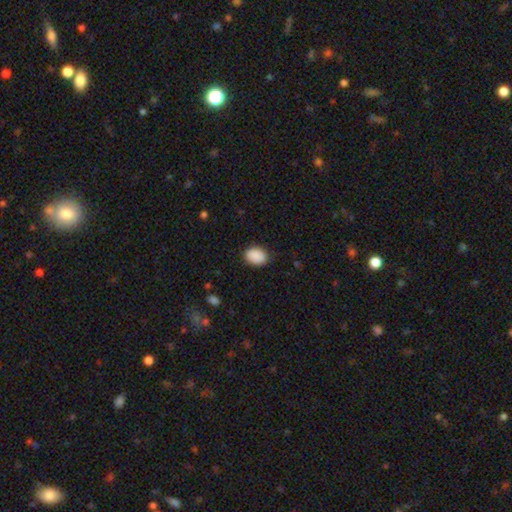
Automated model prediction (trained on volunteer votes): Morphology: type=smooth (90%); roundness=in between (72%); merging=none (86%).